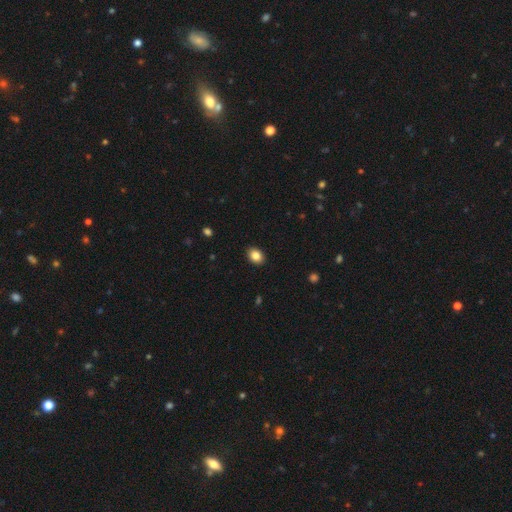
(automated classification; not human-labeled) The model was most divided on "how rounded": in between: 64%, round: 35%, cigar-shaped: 1%. More confident: merging — none (91%); smooth or featured — smooth (85%).